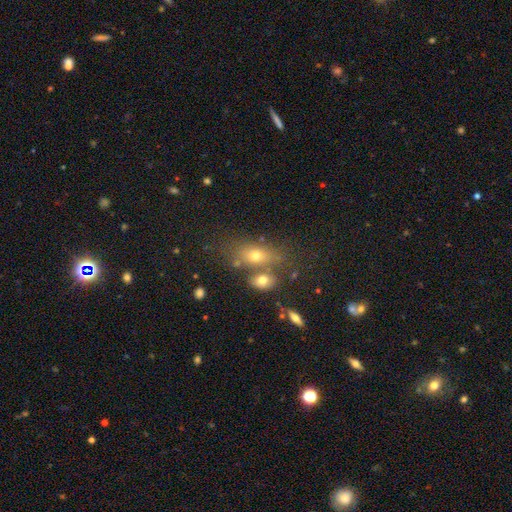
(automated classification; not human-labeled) smooth 61%, featured or disk 19%, star or artifact 19%. Down the decision tree: how rounded — in between (71%); merging — none (57%).